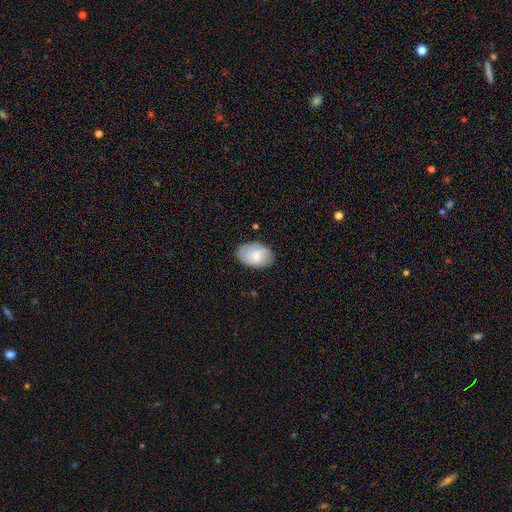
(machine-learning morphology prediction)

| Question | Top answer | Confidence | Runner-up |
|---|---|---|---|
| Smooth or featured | smooth | 74% | featured or disk (20%) |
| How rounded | in between | 90% | round (8%) |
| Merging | none | 79% | minor disturbance (17%) |